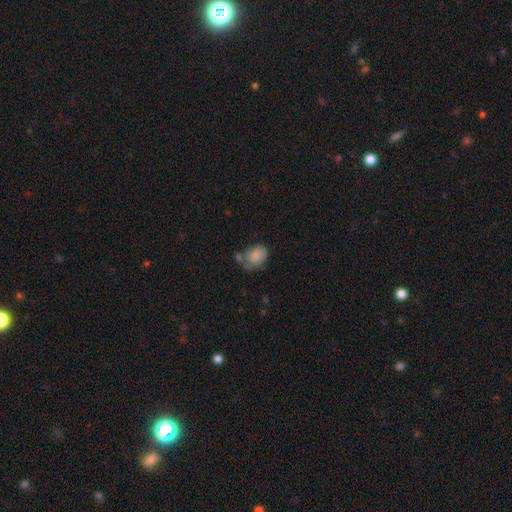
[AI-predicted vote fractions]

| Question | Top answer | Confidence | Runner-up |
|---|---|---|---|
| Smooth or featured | smooth | 79% | featured or disk (13%) |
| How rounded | in between | 76% | round (23%) |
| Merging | none | 43% | minor disturbance (28%) |